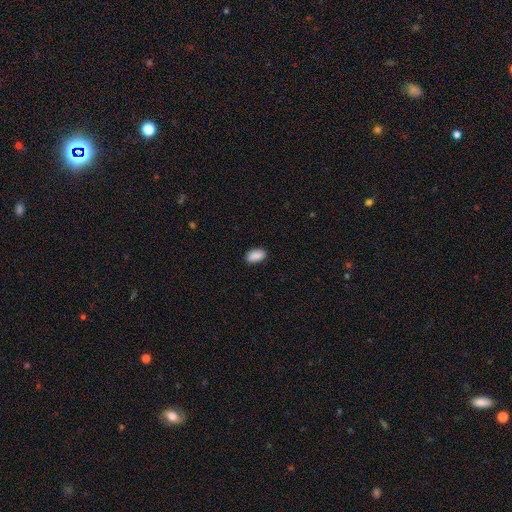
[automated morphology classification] Smooth or featured?
  - smooth: 89% *
  - star or artifact: 7%
  - featured or disk: 3%
How rounded?
  - in between: 93% *
  - round: 5%
  - cigar-shaped: 2%
Merging?
  - none: 85% *
  - minor disturbance: 12%
  - major disturbance: 2%
  - merger: 1%